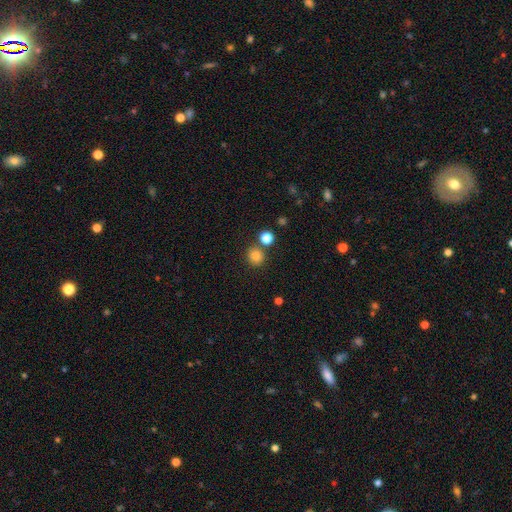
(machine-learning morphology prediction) smooth-or-featured: smooth: 82% | star or artifact: 13% | featured or disk: 5%
  how-rounded: round: 88% | in between: 11% | cigar-shaped: 1%
  merging: none: 78% | merger: 12% | minor disturbance: 8% | major disturbance: 3%